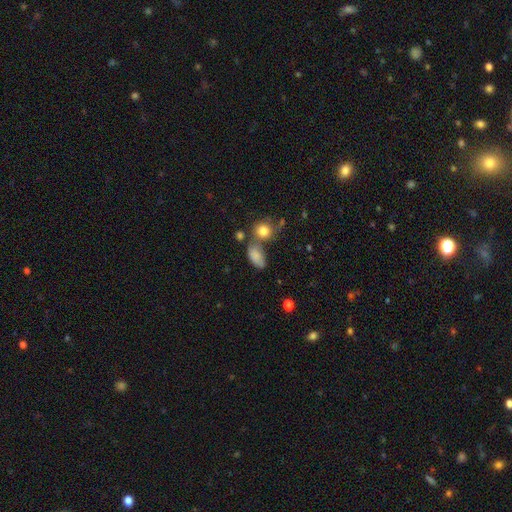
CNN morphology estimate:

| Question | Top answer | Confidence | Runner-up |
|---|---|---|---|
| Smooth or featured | smooth | 77% | featured or disk (12%) |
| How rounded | in between | 86% | round (10%) |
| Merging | none | 43% | minor disturbance (24%) |